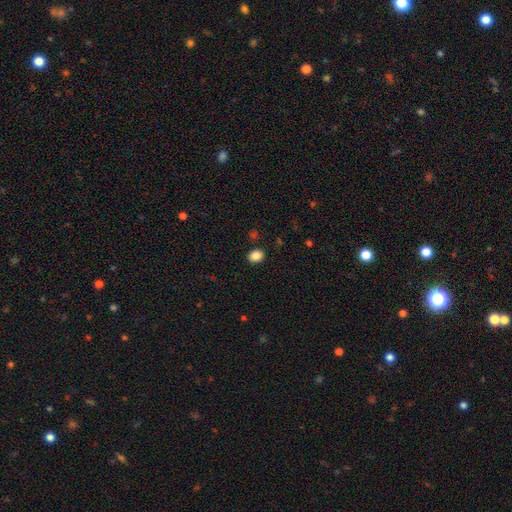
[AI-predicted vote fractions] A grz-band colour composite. It shows a smooth galaxy with no disk features (87%) that is in between round and cigar-shaped (55%). Merging: none (88%).